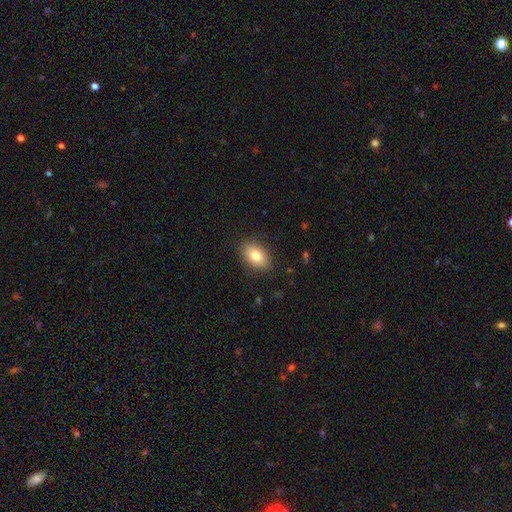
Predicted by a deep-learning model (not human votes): The model was most divided on "smooth or featured": smooth: 81%, featured or disk: 11%, star or artifact: 8%. More confident: how rounded — in between (88%); merging — none (87%).